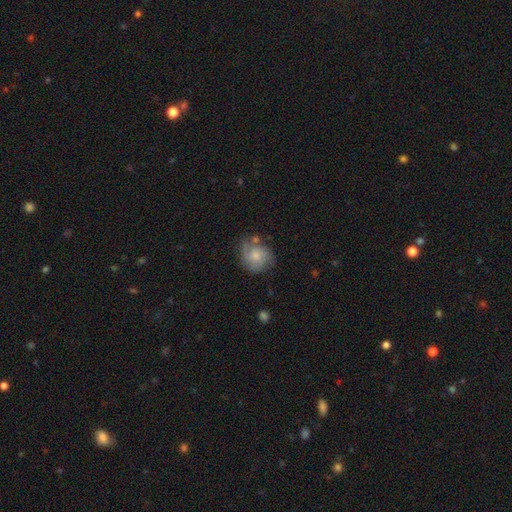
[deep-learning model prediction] Smooth or featured?
  - featured or disk: 52% *
  - smooth: 40%
  - star or artifact: 8%
Edge-on disk?
  - no: 98% *
  - yes: 2%
Bar?
  - no: 76% *
  - weak: 21%
  - strong: 2%
Spiral arms?
  - yes: 85% *
  - no: 15%
Bulge size?
  - small: 54% *
  - moderate: 32%
  - none: 10%
  - large: 4%
  - dominant: 1%
Merging?
  - none: 56% *
  - minor disturbance: 25%
  - major disturbance: 12%
  - merger: 7%